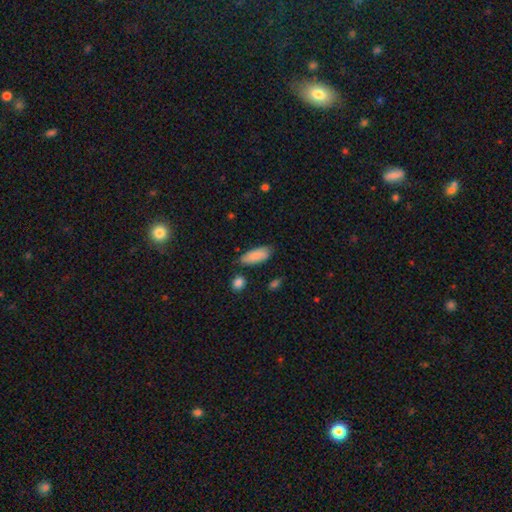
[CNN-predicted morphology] Q: Smooth or featured?
A: smooth (85%); runner-up: featured or disk (9%)
Q: How rounded?
A: in between (83%); runner-up: cigar-shaped (15%)
Q: Merging?
A: none (76%); runner-up: minor disturbance (18%)